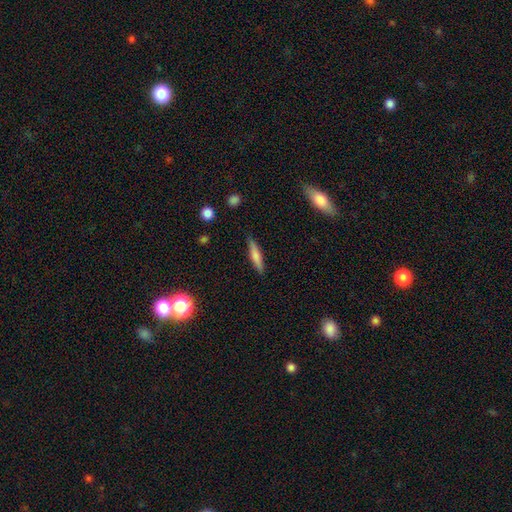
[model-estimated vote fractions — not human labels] This is likely a smooth galaxy (70%). How rounded: clearly cigar-shaped (86%). Merging: clearly none (86%).